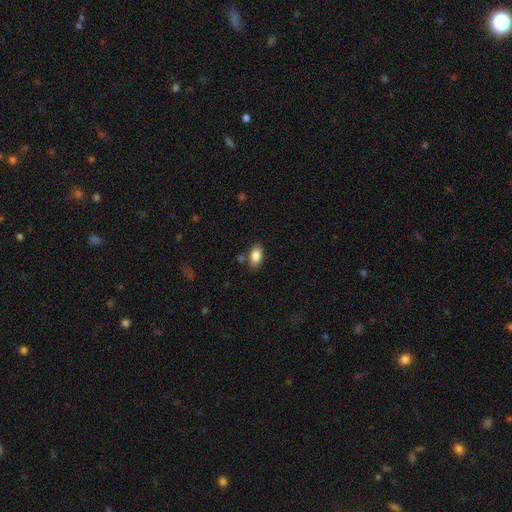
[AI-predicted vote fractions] A smooth galaxy with no disk features (84%) that is in between round and cigar-shaped (91%). Merging: none (79%).